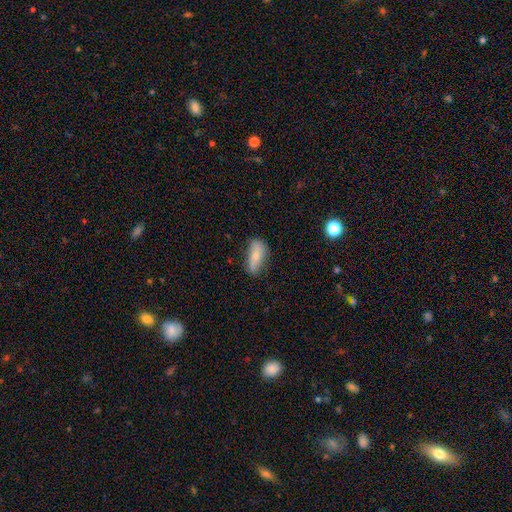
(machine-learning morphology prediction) Overall: smooth (64%; featured or disk 29%). How rounded: in between (81%). Merging: none (68%).